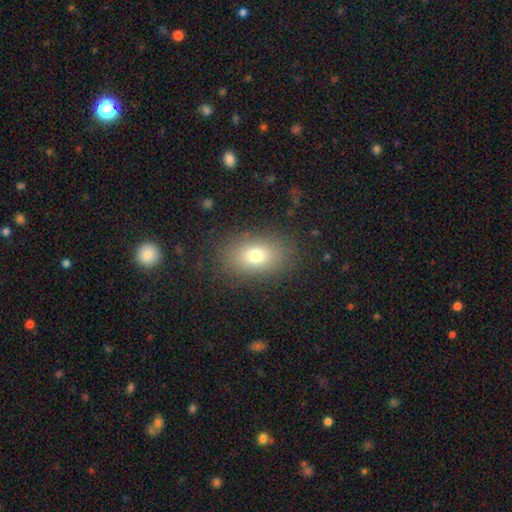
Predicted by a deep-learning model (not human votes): The model was most divided on "how rounded": in between: 77%, round: 21%, cigar-shaped: 2%. More confident: merging — none (84%); smooth or featured — smooth (75%).